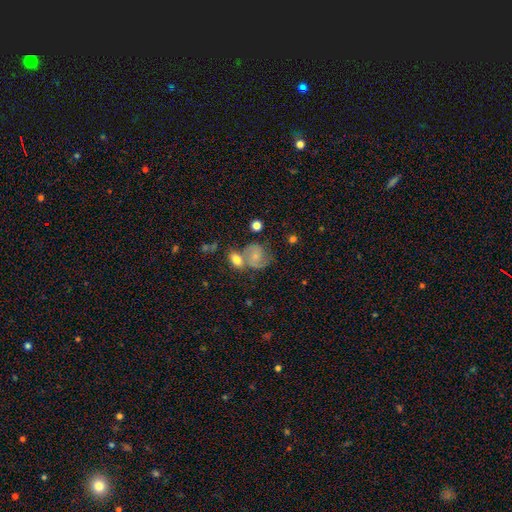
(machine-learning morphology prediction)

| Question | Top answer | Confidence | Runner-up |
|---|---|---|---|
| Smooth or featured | featured or disk | 52% | smooth (38%) |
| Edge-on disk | no | 97% | yes (3%) |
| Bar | no | 61% | weak (33%) |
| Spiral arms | yes | 85% | no (15%) |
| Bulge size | small | 54% | moderate (29%) |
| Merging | none | 40% | merger (33%) |